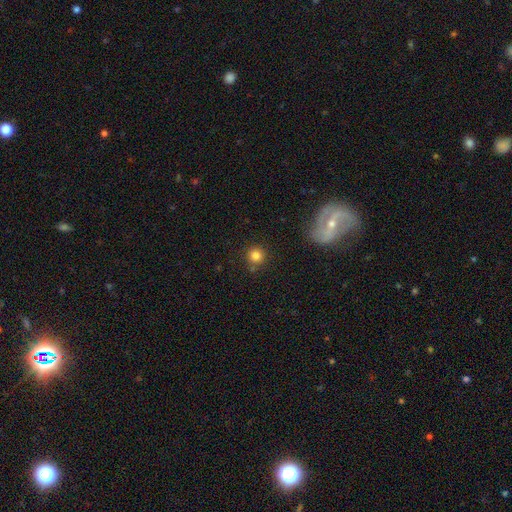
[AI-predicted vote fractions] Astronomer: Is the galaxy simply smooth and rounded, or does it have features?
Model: smooth — 82%.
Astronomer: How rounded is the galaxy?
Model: round — 94%.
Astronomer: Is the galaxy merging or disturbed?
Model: none — 84%.